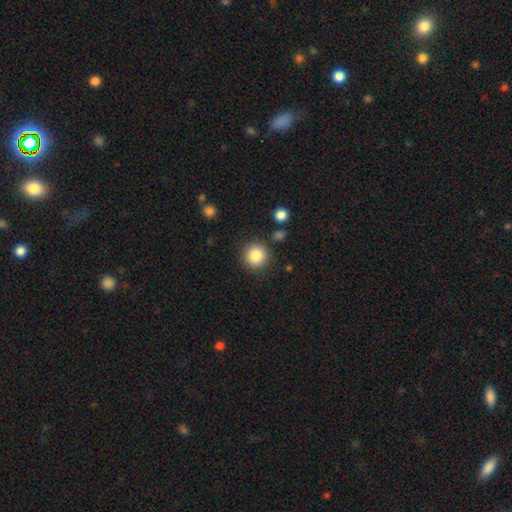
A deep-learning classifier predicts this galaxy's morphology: Smooth or featured?
  - smooth: 85% *
  - star or artifact: 10%
  - featured or disk: 6%
How rounded?
  - round: 93% *
  - in between: 6%
  - cigar-shaped: 1%
Merging?
  - none: 87% *
  - minor disturbance: 7%
  - merger: 3%
  - major disturbance: 3%